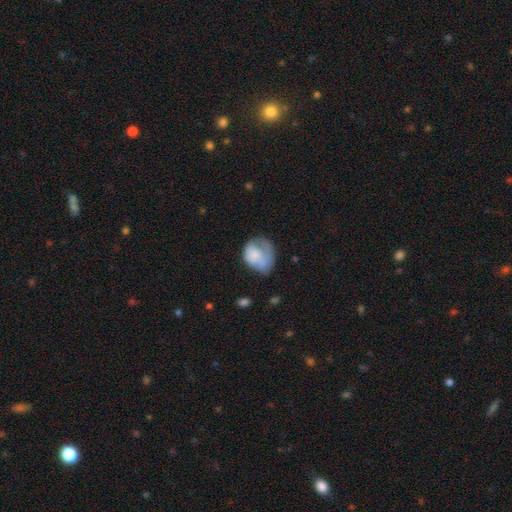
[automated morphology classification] This is likely a smooth galaxy (66%). How rounded: possibly in between (58%). Merging: marginally major disturbance (34%, tied with minor disturbance).